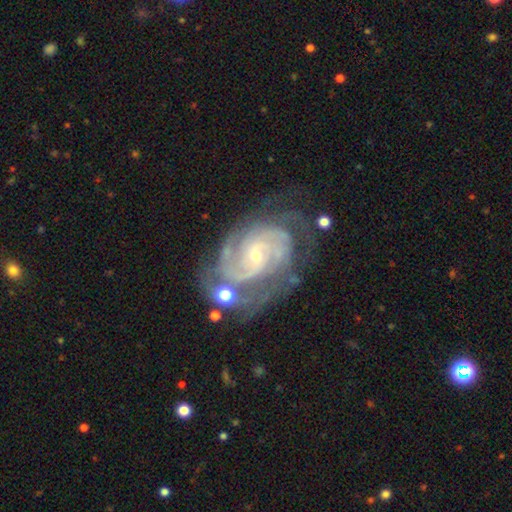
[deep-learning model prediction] Smooth or featured?
  - featured or disk: 90% *
  - star or artifact: 5%
  - smooth: 4%
Edge-on disk?
  - no: 97% *
  - yes: 3%
Bar?
  - no: 62% *
  - weak: 30%
  - strong: 9%
Spiral arms?
  - yes: 98% *
  - no: 2%
Spiral winding?
  - tight: 67% *
  - medium: 28%
  - loose: 5%
Spiral arm count?
  - 2: 28% *
  - 3: 26%
  - can't tell: 20%
  - 4: 14%
  - more than 4: 6%
  - 1: 5%
Bulge size?
  - small: 77% *
  - moderate: 20%
  - none: 2%
  - large: 1%
  - dominant: 1%
Merging?
  - none: 57% *
  - minor disturbance: 22%
  - major disturbance: 14%
  - merger: 7%